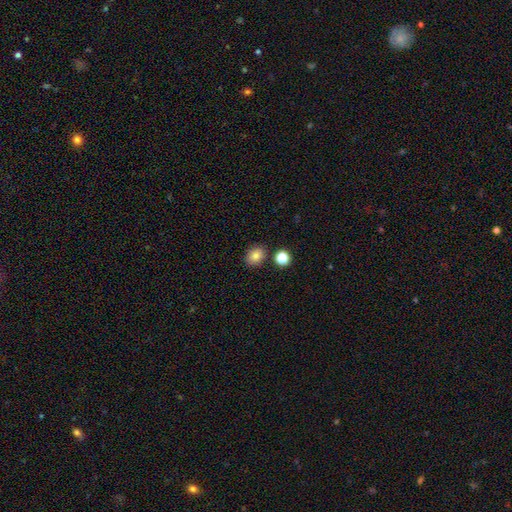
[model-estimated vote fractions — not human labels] Smooth or featured?
  - smooth: 83% *
  - star or artifact: 11%
  - featured or disk: 6%
How rounded?
  - in between: 55% *
  - round: 44%
  - cigar-shaped: 1%
Merging?
  - none: 82% *
  - minor disturbance: 9%
  - merger: 6%
  - major disturbance: 3%